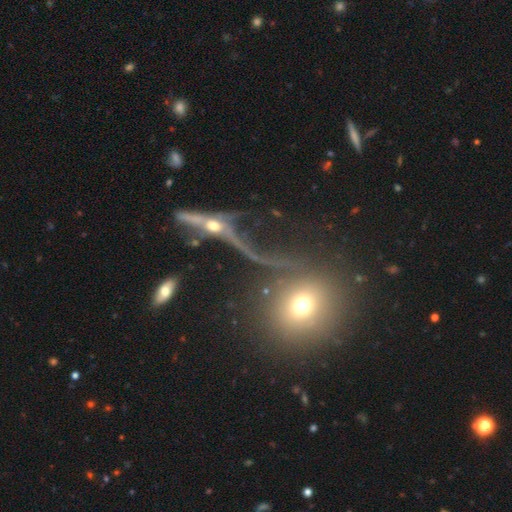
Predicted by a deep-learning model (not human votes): This appears to be a featured or disk galaxy (51%) viewed edge-on (67%). Merging: none (64%).